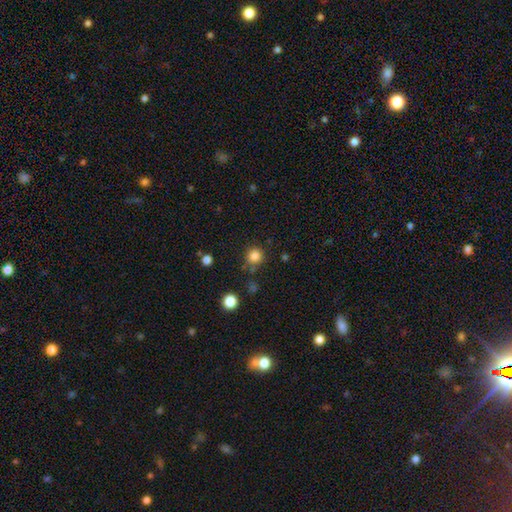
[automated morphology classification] smooth-or-featured: smooth: 83% | star or artifact: 13% | featured or disk: 4%
  how-rounded: round: 92% | in between: 7% | cigar-shaped: 1%
  merging: none: 78% | minor disturbance: 12% | merger: 6% | major disturbance: 4%